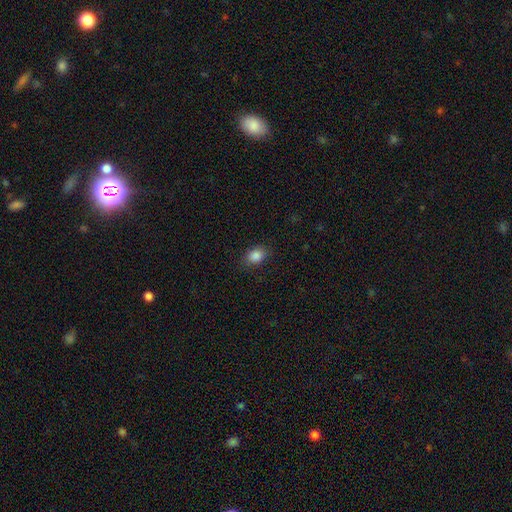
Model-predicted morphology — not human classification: type=smooth (86%); roundness=in between (72%); merging=none (83%).